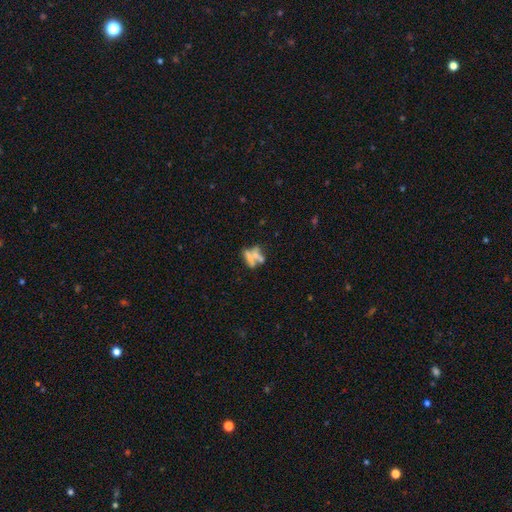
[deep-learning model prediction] Smooth or featured?
  - smooth: 45% *
  - featured or disk: 37%
  - star or artifact: 18%
Merging?
  - merger: 46% *
  - none: 35%
  - minor disturbance: 10%
  - major disturbance: 9%